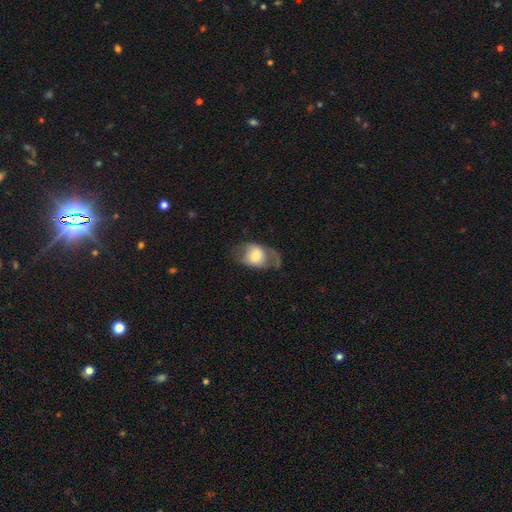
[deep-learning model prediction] This is possibly a smooth galaxy (57%). How rounded: likely in between (73%). Merging: possibly none (48%).